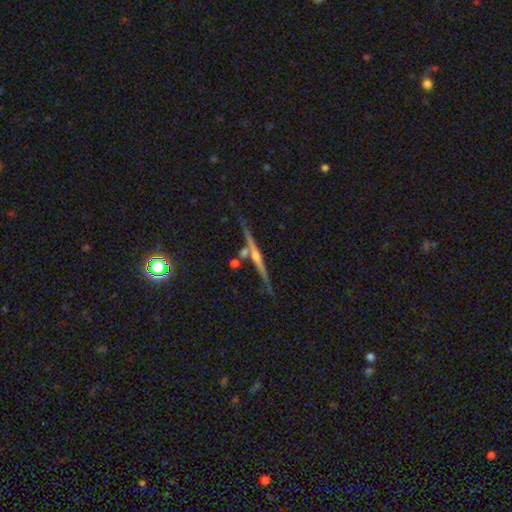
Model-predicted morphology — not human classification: Smooth or featured? featured or disk (78%)
Edge-on disk? yes (97%)
Edge-on bulge? rounded (82%)
Merging? none (78%)